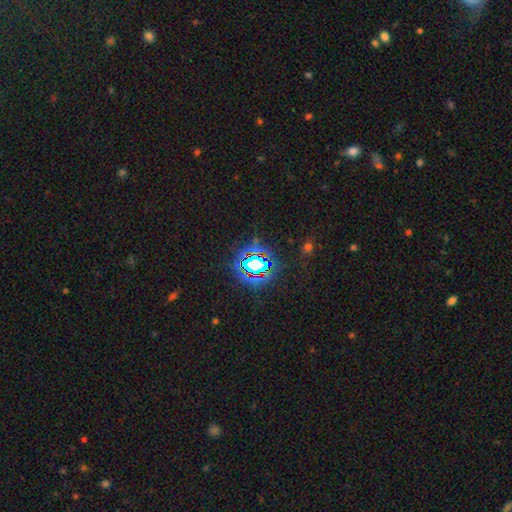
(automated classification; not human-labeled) Overall: star or artifact (79%).